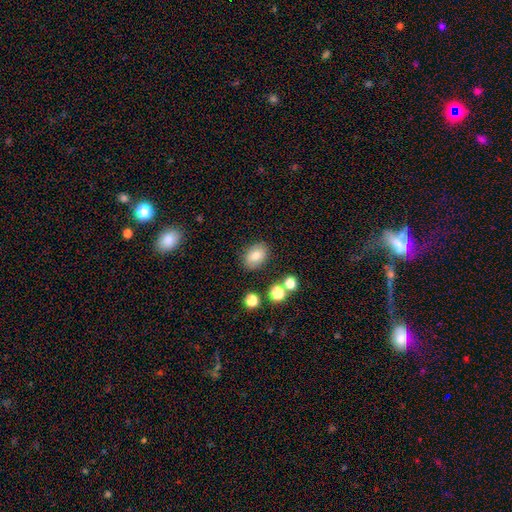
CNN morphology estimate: Smooth or featured? Predicted: smooth (p=0.77). How rounded? Predicted: in between (p=0.76). Merging? Predicted: none (p=0.83).